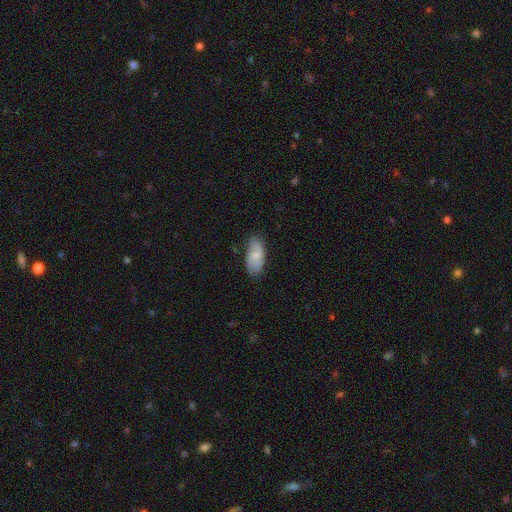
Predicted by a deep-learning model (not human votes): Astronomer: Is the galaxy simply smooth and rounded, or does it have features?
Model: smooth — 63%.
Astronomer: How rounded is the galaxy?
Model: in between — 91%.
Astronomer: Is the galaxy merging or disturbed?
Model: none — 72%.